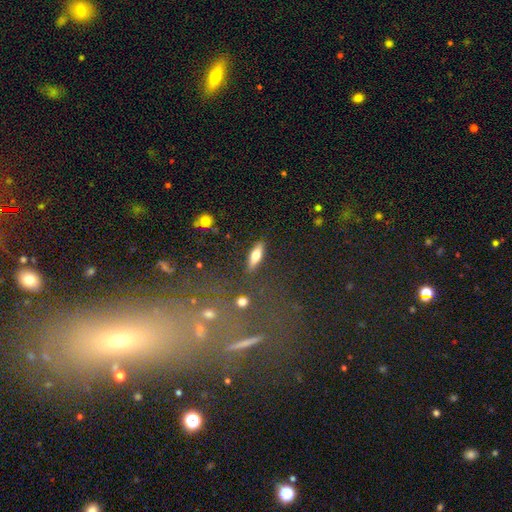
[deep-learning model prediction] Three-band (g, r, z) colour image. It shows a smooth galaxy with no disk features (63%) that is cigar-shaped (49%). Merging: none (87%).